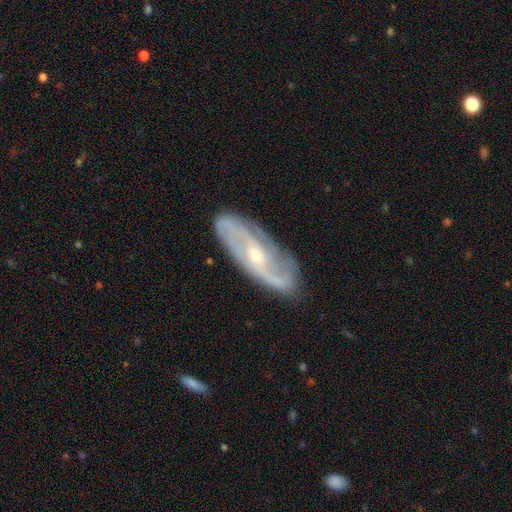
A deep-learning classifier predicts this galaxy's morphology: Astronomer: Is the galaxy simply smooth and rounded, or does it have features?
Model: featured or disk — 84%.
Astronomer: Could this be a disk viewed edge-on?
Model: no — 90%.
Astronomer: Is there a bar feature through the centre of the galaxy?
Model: no — 52% (runner-up: weak, 37%).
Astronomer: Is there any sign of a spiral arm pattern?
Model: yes — 95%.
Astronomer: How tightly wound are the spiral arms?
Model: medium — 43% (runner-up: tight, 30%).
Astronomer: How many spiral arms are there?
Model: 2 — 52%.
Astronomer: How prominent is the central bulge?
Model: small — 59% (runner-up: moderate, 38%).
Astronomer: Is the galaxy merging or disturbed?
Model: none — 79%.